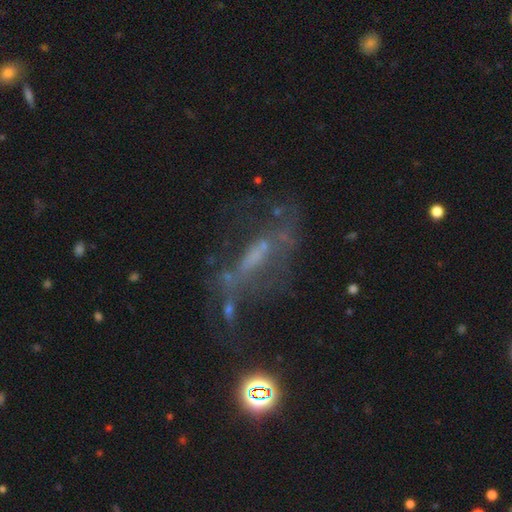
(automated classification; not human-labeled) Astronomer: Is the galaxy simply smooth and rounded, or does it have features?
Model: featured or disk — 58%.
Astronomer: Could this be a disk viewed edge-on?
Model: no — 81%.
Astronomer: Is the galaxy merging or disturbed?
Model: none — 45% (runner-up: major disturbance, 30%).